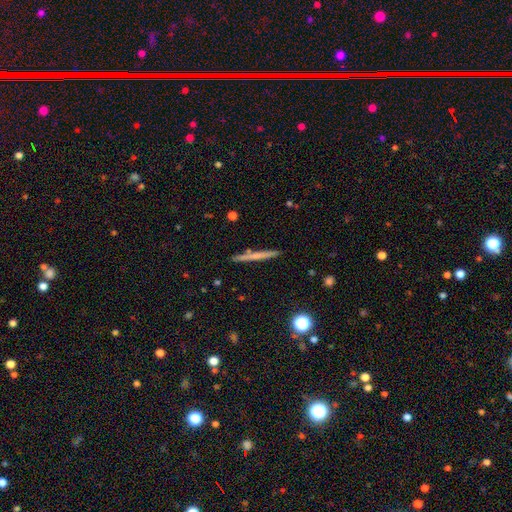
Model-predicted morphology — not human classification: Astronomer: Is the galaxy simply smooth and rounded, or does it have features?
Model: smooth — 49% (runner-up: featured or disk, 44%).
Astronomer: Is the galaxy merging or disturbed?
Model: none — 89%.